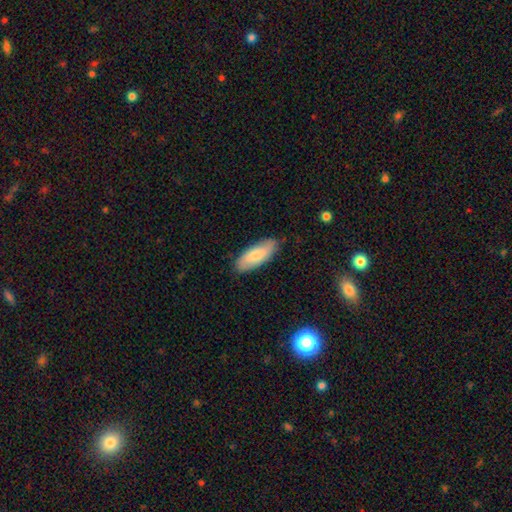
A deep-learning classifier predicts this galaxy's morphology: A smooth galaxy with no disk features (74%) that is in between round and cigar-shaped (77%). Merging: none (83%).